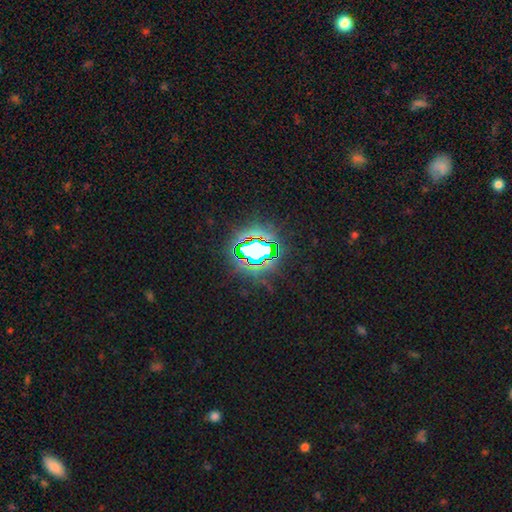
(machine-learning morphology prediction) type=star or artifact (80%).